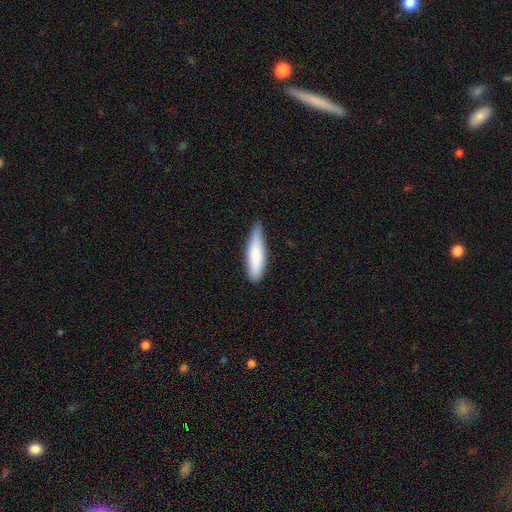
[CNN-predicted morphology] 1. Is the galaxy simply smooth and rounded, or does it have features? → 80% smooth, 15% featured or disk, 5% star or artifact.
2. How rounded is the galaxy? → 68% cigar-shaped, 30% in between, 1% round.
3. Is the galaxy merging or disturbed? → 67% none, 28% minor disturbance, 3% major disturbance, 1% merger.